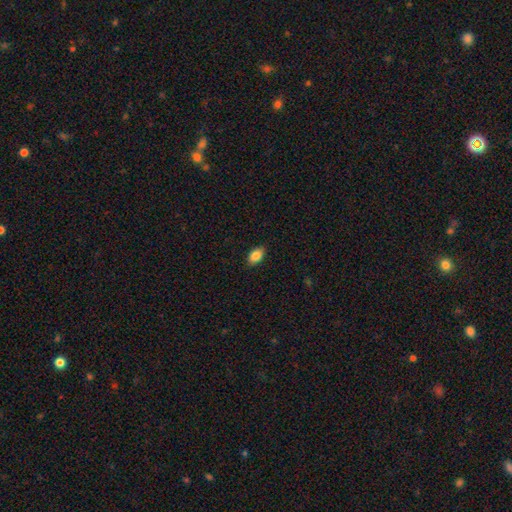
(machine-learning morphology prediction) The model was most divided on "smooth or featured": smooth: 85%, star or artifact: 8%, featured or disk: 7%. More confident: how rounded — in between (90%); merging — none (88%).